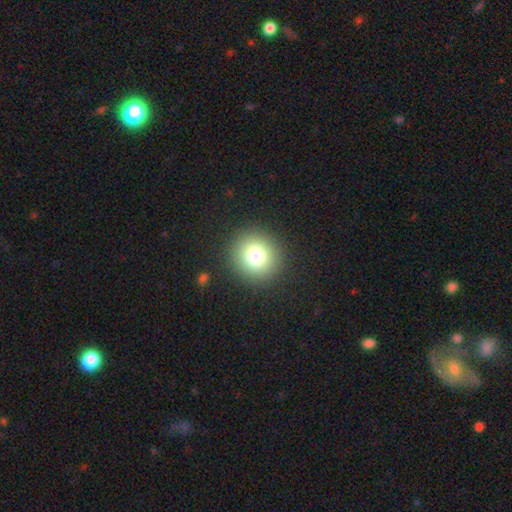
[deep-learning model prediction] smooth-or-featured: smooth: 78% | star or artifact: 14% | featured or disk: 9%
  how-rounded: round: 92% | in between: 7% | cigar-shaped: 1%
  merging: none: 91% | minor disturbance: 5% | major disturbance: 3% | merger: 1%